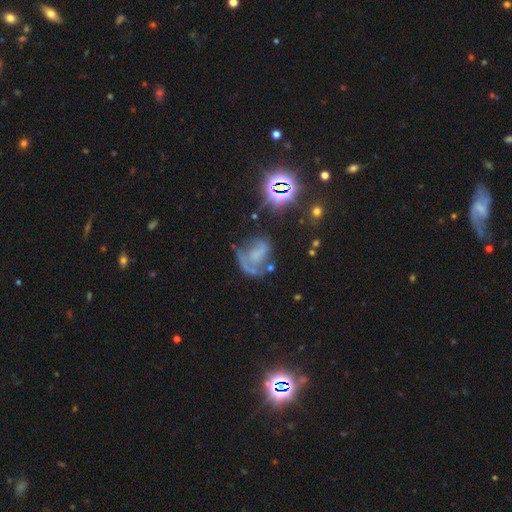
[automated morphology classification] featured or disk 54%, smooth 23%, star or artifact 23%. Down the decision tree: edge-on disk — no (97%); bar — no (70%); spiral arms — yes (61%); bulge size — none (60%); merging — major disturbance (36%).